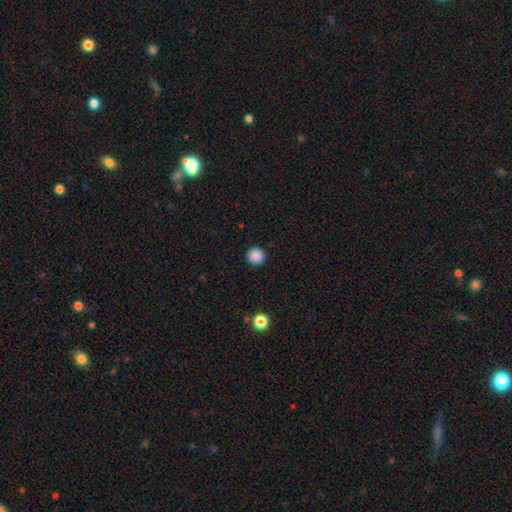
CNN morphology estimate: The model was most divided on "smooth or featured": smooth: 88%, star or artifact: 10%, featured or disk: 2%. More confident: how rounded — round (95%); merging — none (92%).